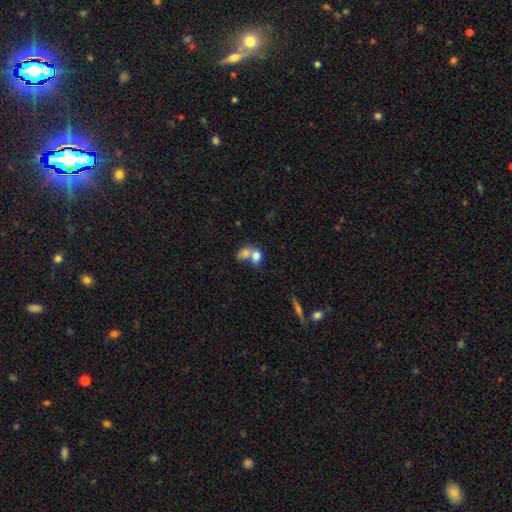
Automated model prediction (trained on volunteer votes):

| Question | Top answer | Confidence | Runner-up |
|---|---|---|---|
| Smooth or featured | smooth | 72% | featured or disk (19%) |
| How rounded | in between | 65% | round (33%) |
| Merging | merger | 72% | none (16%) |